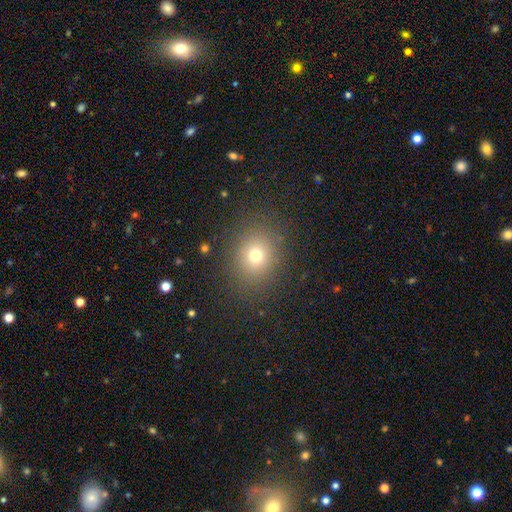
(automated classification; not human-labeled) smooth_or_featured: smooth (p=0.72) [alt: star or artifact p=0.18]
how_rounded: round (p=0.70) [alt: in between p=0.29]
merging: none (p=0.85) [alt: minor disturbance p=0.09]